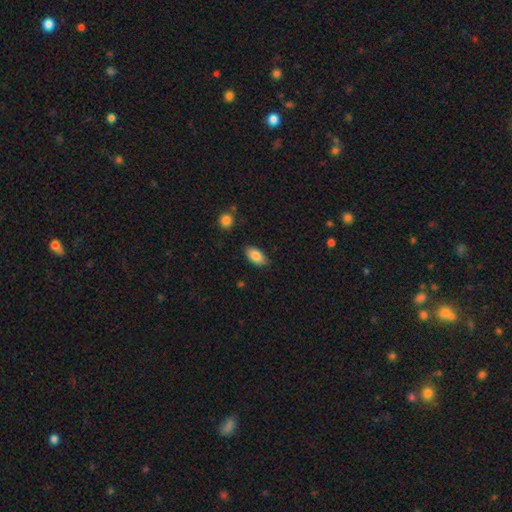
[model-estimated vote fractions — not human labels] Smooth or featured?
  - smooth: 85% *
  - featured or disk: 8%
  - star or artifact: 7%
How rounded?
  - in between: 93% *
  - cigar-shaped: 4%
  - round: 3%
Merging?
  - none: 85% *
  - minor disturbance: 11%
  - major disturbance: 2%
  - merger: 2%